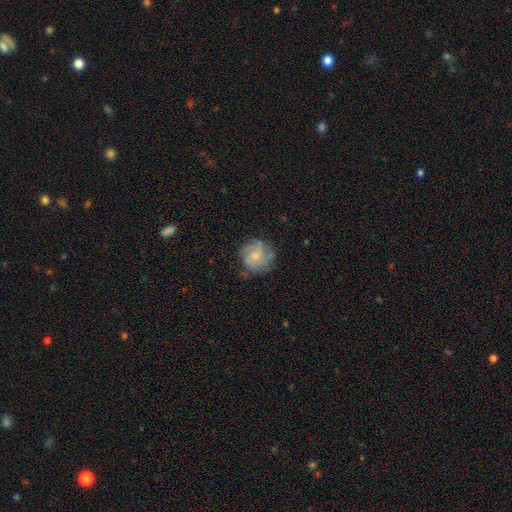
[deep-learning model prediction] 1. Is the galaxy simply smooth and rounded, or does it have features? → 48% featured or disk, 44% smooth, 8% star or artifact.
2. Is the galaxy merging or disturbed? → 67% none, 22% minor disturbance, 9% major disturbance, 2% merger.